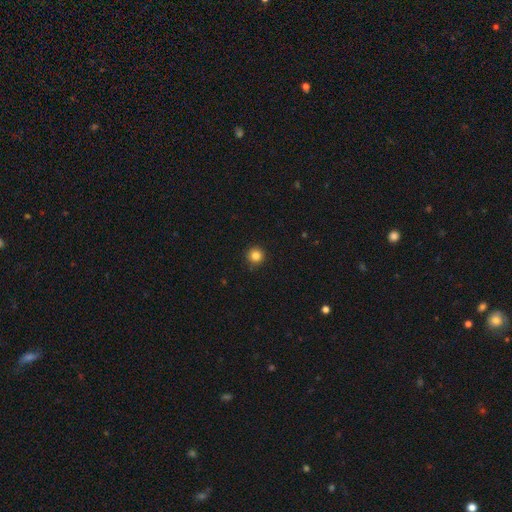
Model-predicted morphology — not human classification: This is clearly a smooth galaxy (84%). How rounded: clearly round (96%). Merging: clearly none (91%).